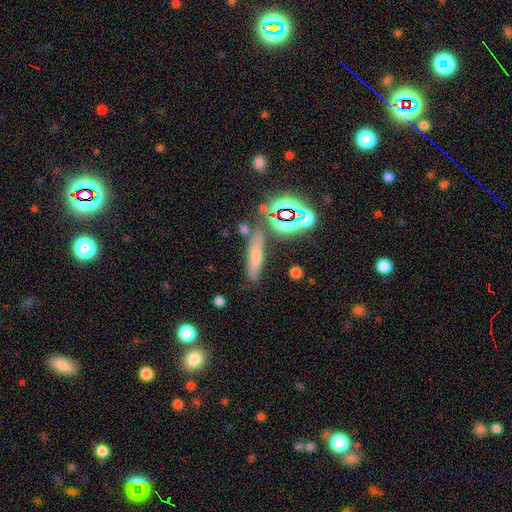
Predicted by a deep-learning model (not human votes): A smooth galaxy with no disk features (51%) that is cigar-shaped (70%). Merging: none (71%).